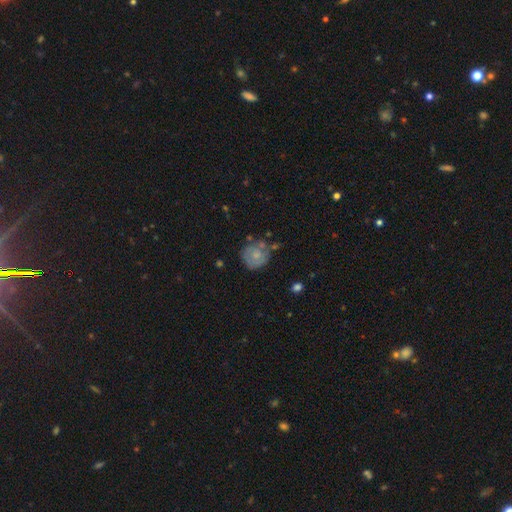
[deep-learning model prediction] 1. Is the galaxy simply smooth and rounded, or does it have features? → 63% smooth, 29% featured or disk, 8% star or artifact.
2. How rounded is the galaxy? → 86% round, 13% in between, 1% cigar-shaped.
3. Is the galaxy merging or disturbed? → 61% none, 23% minor disturbance, 8% merger, 8% major disturbance.